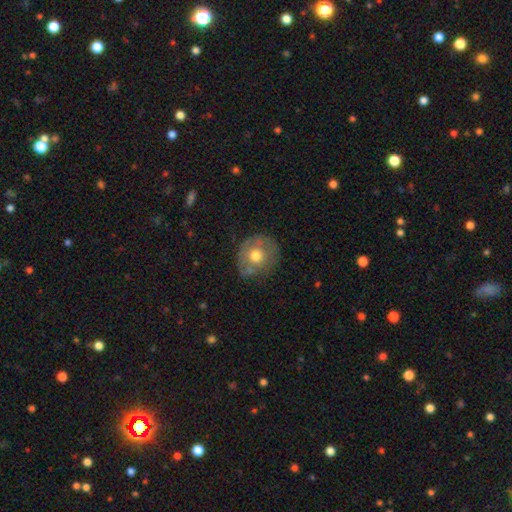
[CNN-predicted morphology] The model was most divided on "smooth or featured": smooth: 59%, featured or disk: 33%, star or artifact: 8%. More confident: how rounded — round (78%); merging — none (68%).